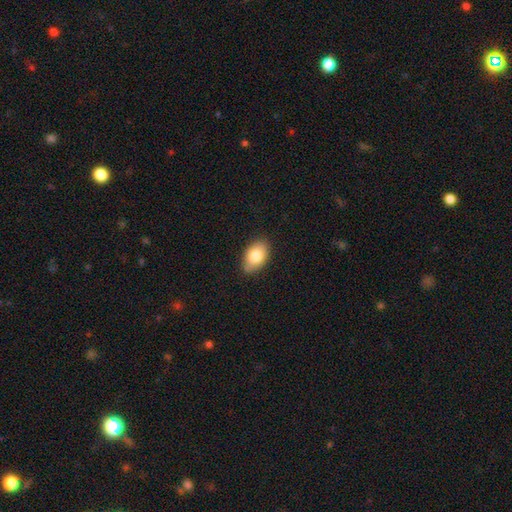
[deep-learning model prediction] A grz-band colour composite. It shows a smooth galaxy with no disk features (82%) that is in between round and cigar-shaped (90%). Merging: none (80%).